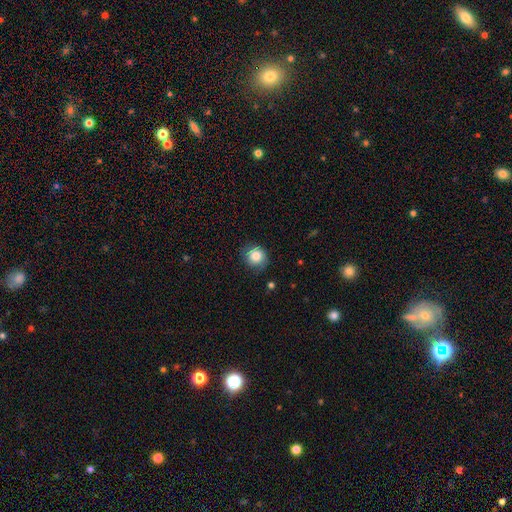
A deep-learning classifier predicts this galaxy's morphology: smooth-or-featured: smooth: 83% | star or artifact: 9% | featured or disk: 8%
  how-rounded: round: 85% | in between: 14% | cigar-shaped: 1%
  merging: none: 77% | minor disturbance: 18% | major disturbance: 4% | merger: 1%